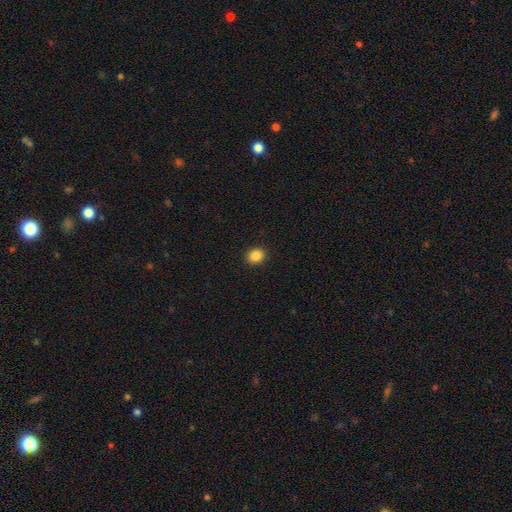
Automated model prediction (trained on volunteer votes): This appears to be a smooth galaxy with no disk features (87%) that is round (70%). Merging: none (92%).